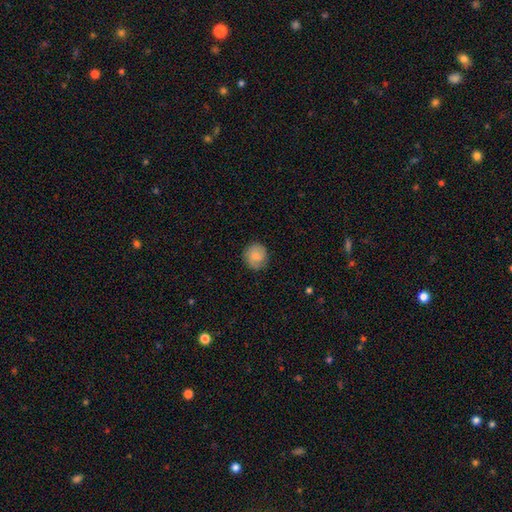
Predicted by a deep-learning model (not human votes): Smooth or featured?
  - smooth: 75% *
  - featured or disk: 18%
  - star or artifact: 8%
How rounded?
  - round: 88% *
  - in between: 11%
  - cigar-shaped: 1%
Merging?
  - none: 82% *
  - minor disturbance: 14%
  - major disturbance: 3%
  - merger: 1%